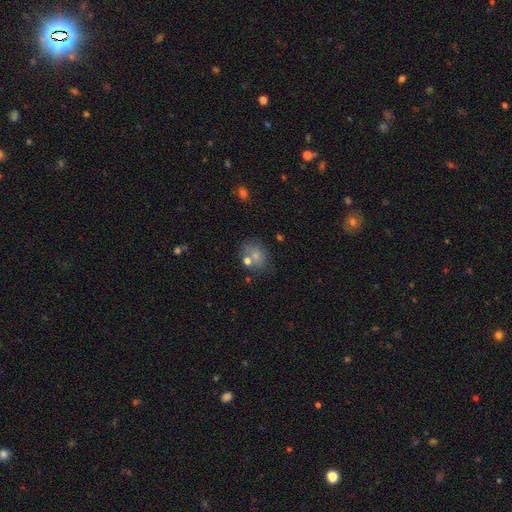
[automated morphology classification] Q: Smooth or featured?
A: smooth (69%); runner-up: featured or disk (18%)
Q: How rounded?
A: round (52%); runner-up: in between (47%)
Q: Merging?
A: none (55%); runner-up: merger (19%)